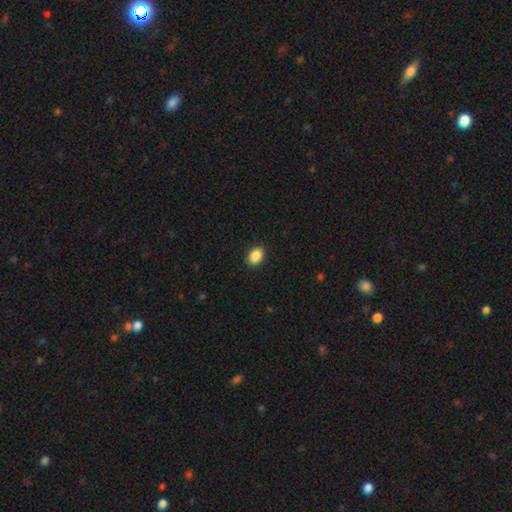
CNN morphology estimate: smooth-or-featured: smooth: 89% | star or artifact: 8% | featured or disk: 3%
  how-rounded: in between: 73% | round: 26% | cigar-shaped: 1%
  merging: none: 90% | minor disturbance: 7% | major disturbance: 2% | merger: 1%